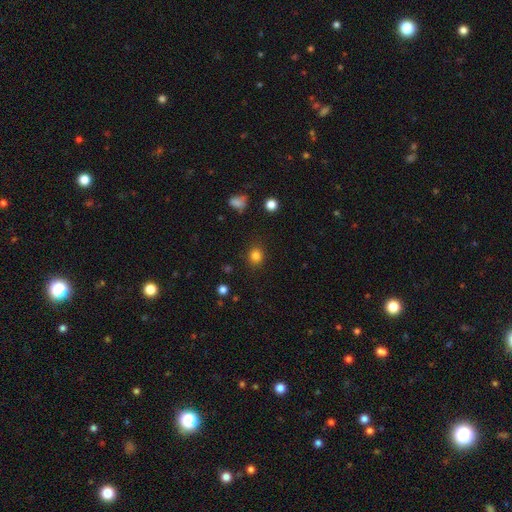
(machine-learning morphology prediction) type=smooth (82%); roundness=round (75%); merging=none (88%).